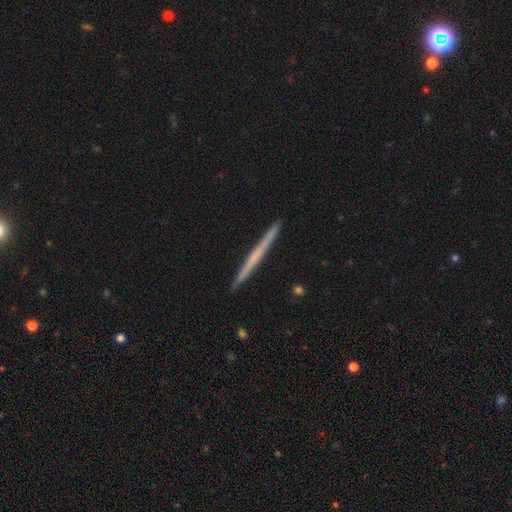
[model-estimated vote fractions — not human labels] Smooth or featured? Predicted: featured or disk (p=0.50). Edge-on disk? Predicted: yes (p=0.98). Merging? Predicted: none (p=0.93).